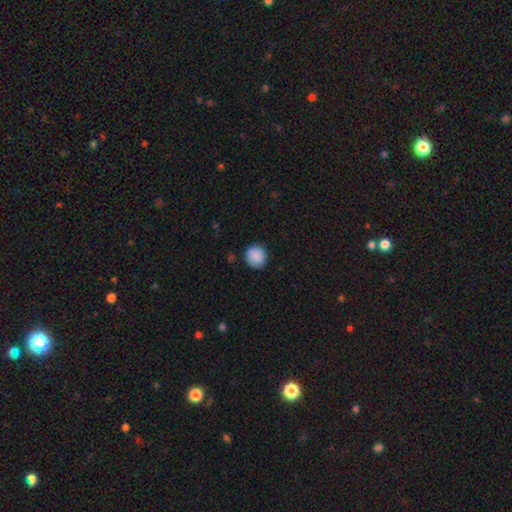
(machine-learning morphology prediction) Q: Smooth or featured?
A: smooth (89%); runner-up: star or artifact (7%)
Q: How rounded?
A: round (89%); runner-up: in between (10%)
Q: Merging?
A: none (89%); runner-up: minor disturbance (8%)